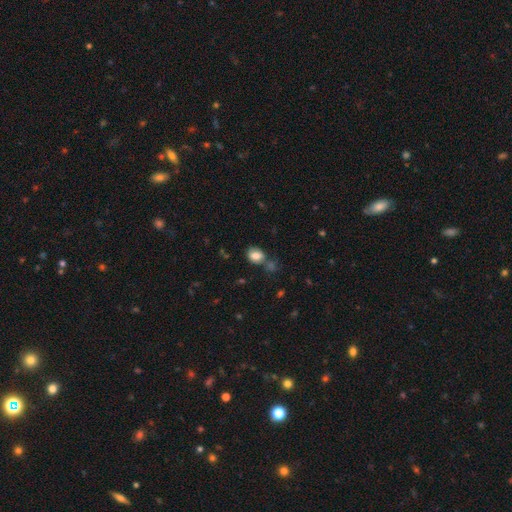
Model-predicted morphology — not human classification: A smooth galaxy with no disk features (80%) that is in between round and cigar-shaped (62%). Merging: none (60%).